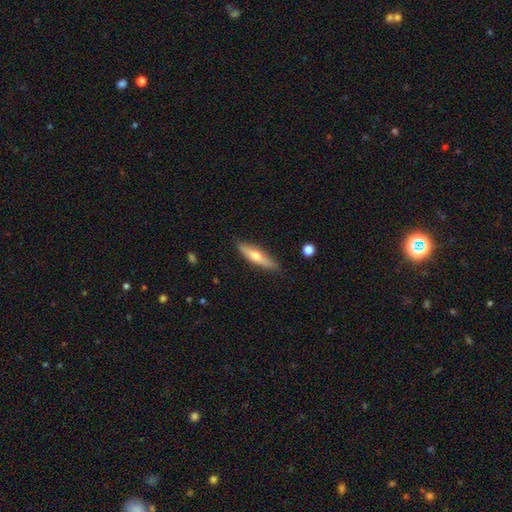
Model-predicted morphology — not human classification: A smooth galaxy with no disk features (50%) that is cigar-shaped (75%).

Vote fractions:
- Smooth or featured? smooth: 50% / featured or disk: 44% / star or artifact: 6%
- How rounded? cigar-shaped: 75% / in between: 23% / round: 2%
- Merging? none: 86% / minor disturbance: 11% / major disturbance: 2% / merger: 1%